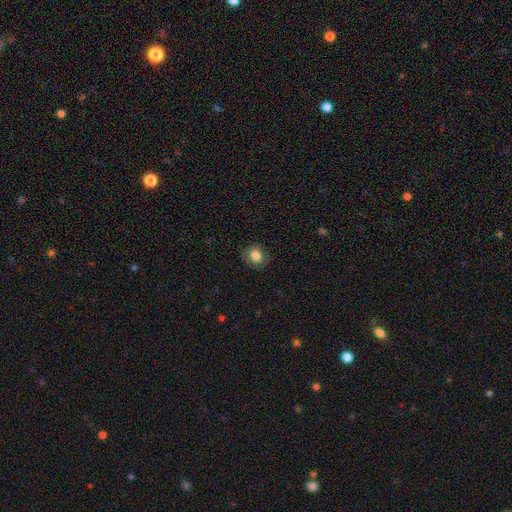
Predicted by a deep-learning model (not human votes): Smooth or featured? smooth (81%)
How rounded? round (67%)
Merging? none (83%)